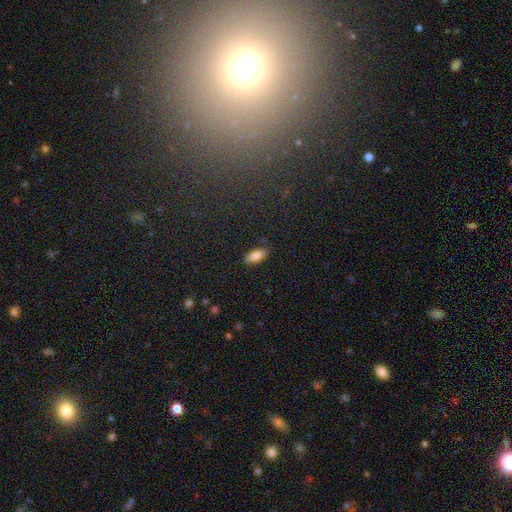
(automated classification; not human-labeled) This is clearly a smooth galaxy (84%). How rounded: clearly in between (84%). Merging: clearly none (85%).